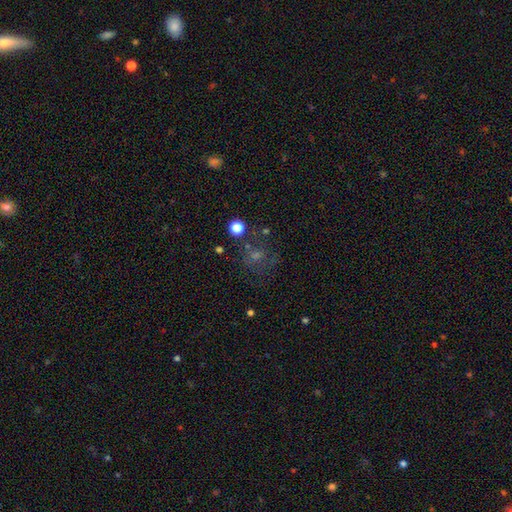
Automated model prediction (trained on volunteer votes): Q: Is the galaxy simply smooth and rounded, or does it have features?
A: star or artifact — 40%, tied with smooth.